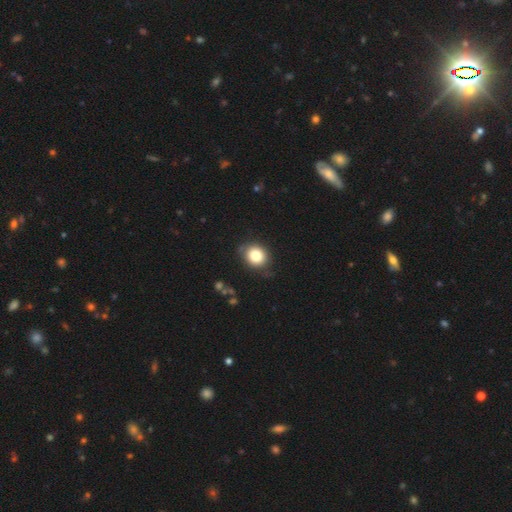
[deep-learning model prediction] Q: Smooth or featured?
A: smooth (82%); runner-up: star or artifact (10%)
Q: How rounded?
A: round (67%); runner-up: in between (32%)
Q: Merging?
A: none (81%); runner-up: minor disturbance (14%)